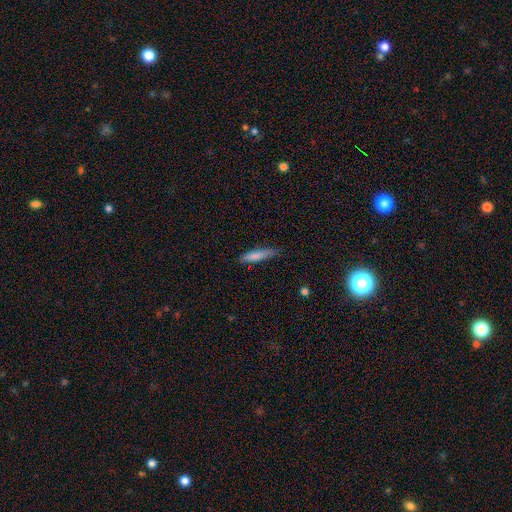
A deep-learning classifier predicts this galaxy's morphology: type=smooth (79%); roundness=cigar-shaped (85%); merging=none (76%).